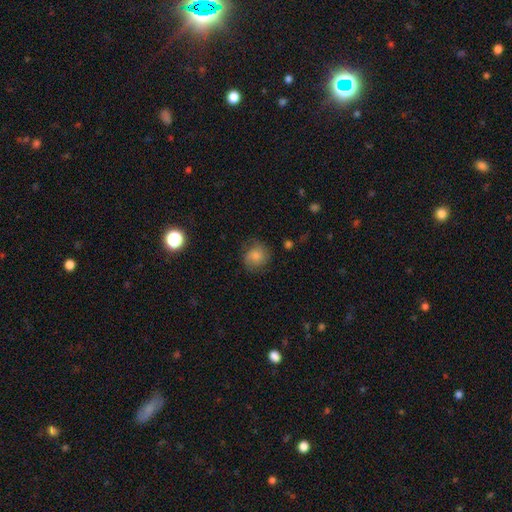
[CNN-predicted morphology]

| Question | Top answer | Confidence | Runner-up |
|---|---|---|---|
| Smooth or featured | smooth | 73% | featured or disk (18%) |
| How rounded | round | 79% | in between (20%) |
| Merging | none | 67% | minor disturbance (23%) |